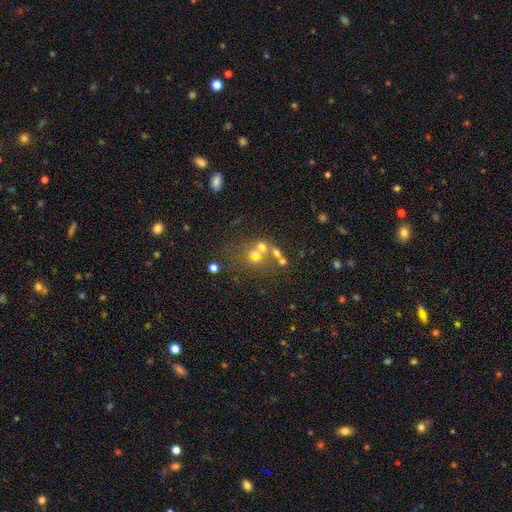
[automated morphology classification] A smooth galaxy with no disk features (42%). Merging: merger (41%).